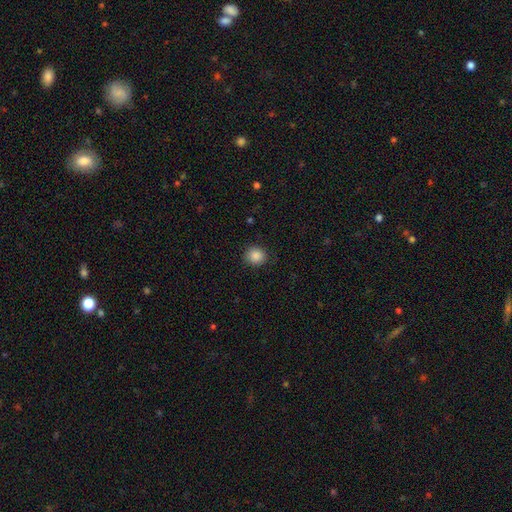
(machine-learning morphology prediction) A smooth galaxy with no disk features (87%) that is round (83%). Merging: none (88%).